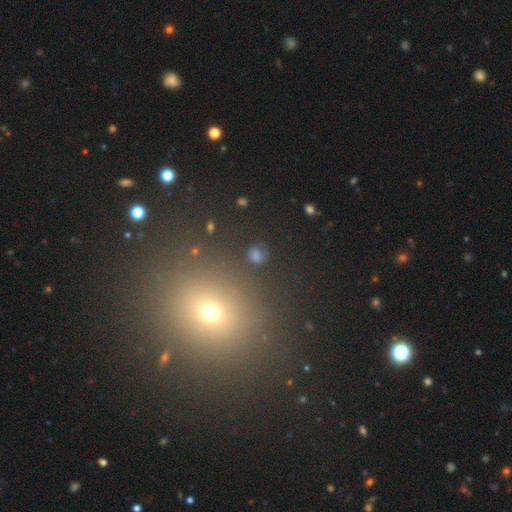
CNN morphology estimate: smooth_or_featured: smooth (p=0.60) [alt: star or artifact p=0.31]
how_rounded: round (p=0.82) [alt: in between p=0.17]
merging: none (p=0.85) [alt: minor disturbance p=0.07]